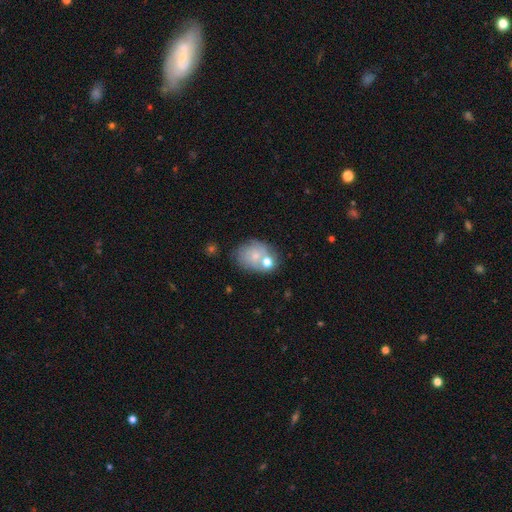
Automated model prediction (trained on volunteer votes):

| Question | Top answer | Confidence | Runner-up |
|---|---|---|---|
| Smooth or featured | smooth | 61% | featured or disk (29%) |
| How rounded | in between | 62% | round (37%) |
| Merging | none | 49% | merger (24%) |